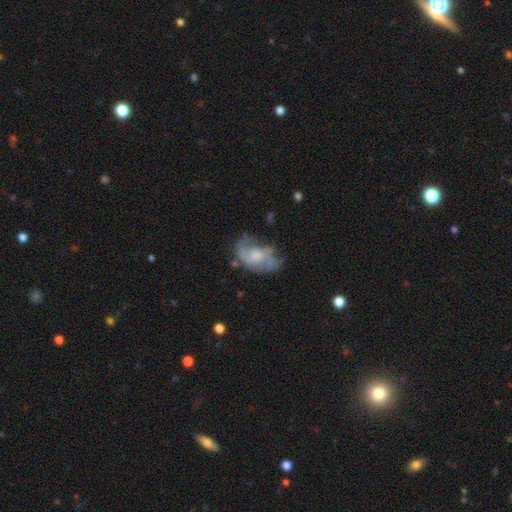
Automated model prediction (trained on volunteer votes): Morphology: type=featured or disk (65%); edge-on=no (96%); bar=no (67%); spiral arms=yes (75%); bulge=moderate (45%); merging=none (48%).